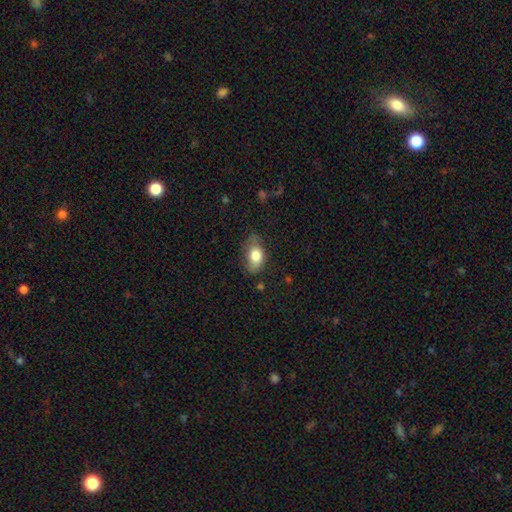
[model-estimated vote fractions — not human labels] Smooth or featured? smooth (79%)
How rounded? in between (86%)
Merging? none (56%)